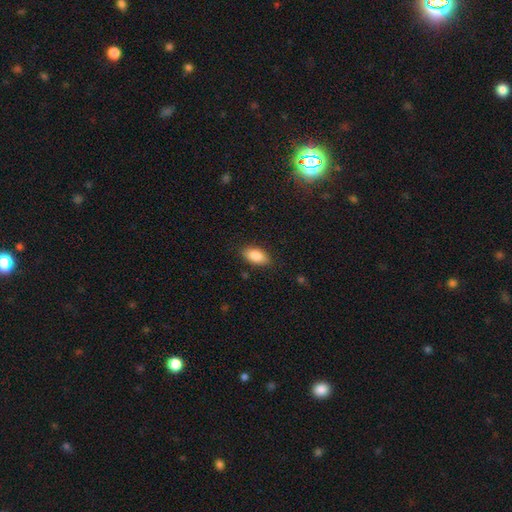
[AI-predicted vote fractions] Morphology: type=smooth (88%); roundness=in between (92%); merging=none (86%).